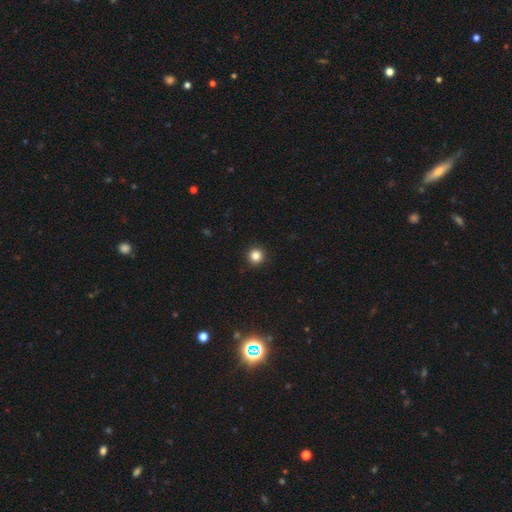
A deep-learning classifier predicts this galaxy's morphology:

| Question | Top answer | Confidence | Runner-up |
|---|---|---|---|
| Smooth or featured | smooth | 84% | star or artifact (12%) |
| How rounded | round | 95% | in between (4%) |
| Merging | none | 93% | minor disturbance (4%) |